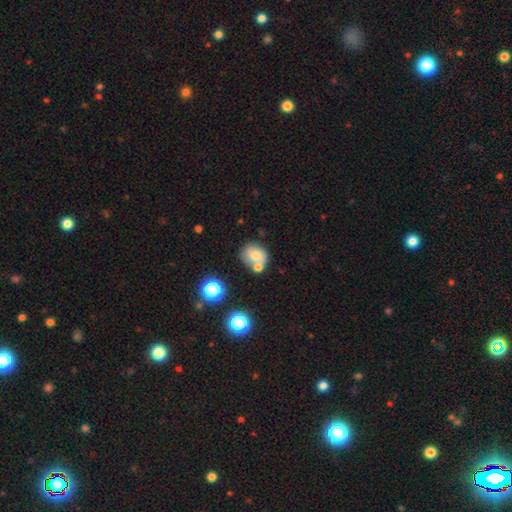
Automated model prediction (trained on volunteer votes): Smooth or featured? Predicted: smooth (p=0.70). How rounded? Predicted: round (p=0.60). Merging? Predicted: none (p=0.48).